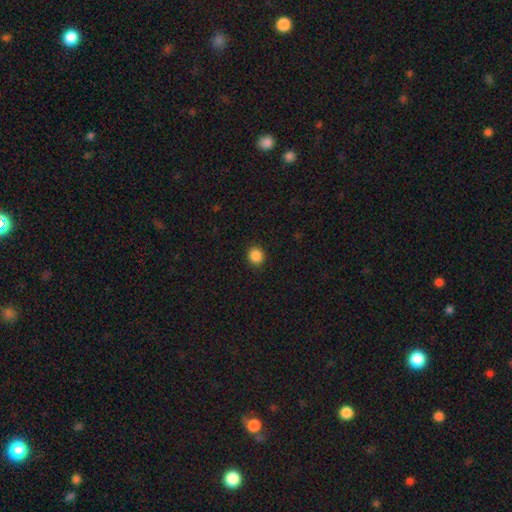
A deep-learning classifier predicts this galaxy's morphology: This is clearly a smooth galaxy (87%). How rounded: clearly round (86%). Merging: clearly none (92%).